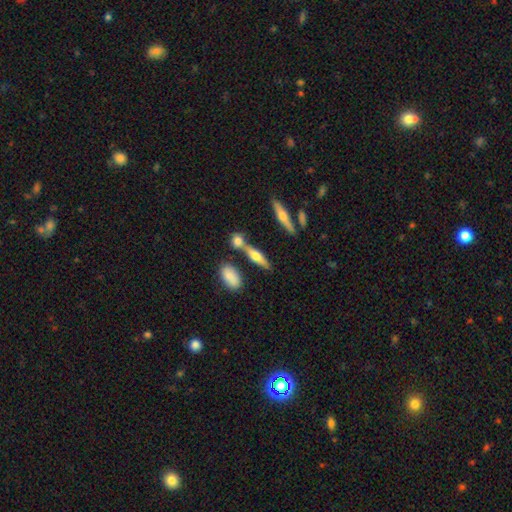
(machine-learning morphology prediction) smooth_or_featured: smooth (p=0.46) [tied with: featured or disk p=0.46]
merging: none (p=0.66) [alt: merger p=0.18]